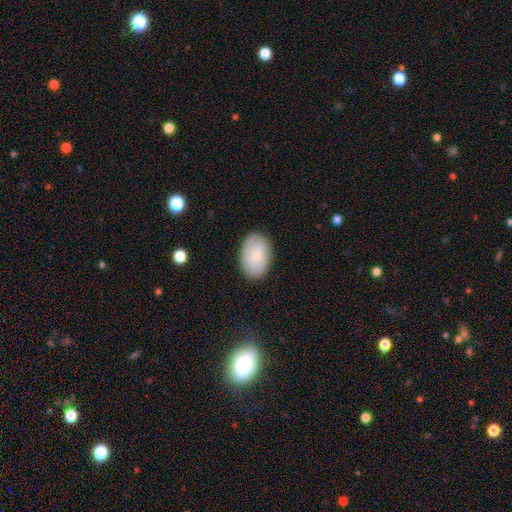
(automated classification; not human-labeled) smooth-or-featured: smooth: 72% | featured or disk: 21% | star or artifact: 7%
  how-rounded: in between: 88% | round: 11% | cigar-shaped: 1%
  merging: none: 84% | minor disturbance: 12% | major disturbance: 3% | merger: 1%